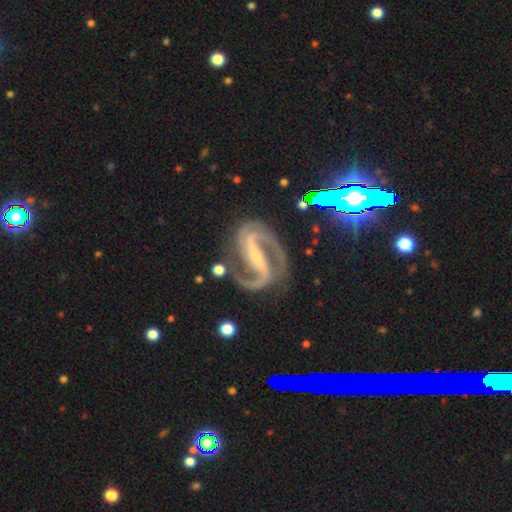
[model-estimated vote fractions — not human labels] smooth-or-featured: featured or disk: 92% | star or artifact: 5% | smooth: 3%
  disk-edge-on: no: 97% | yes: 3%
    bar: strong: 70% | weak: 21% | no: 9%
    has-spiral-arms: yes: 98% | no: 2%
      spiral-winding: medium: 60% | tight: 22% | loose: 18%
      spiral-arm-count: 2: 93% | 3: 2% | can't tell: 2% | 1: 1% | 4: 1% | more than 4: 1%
    bulge-size: small: 71% | moderate: 19% | none: 7% | large: 2% | dominant: 1%
  merging: none: 73% | minor disturbance: 16% | major disturbance: 8% | merger: 3%